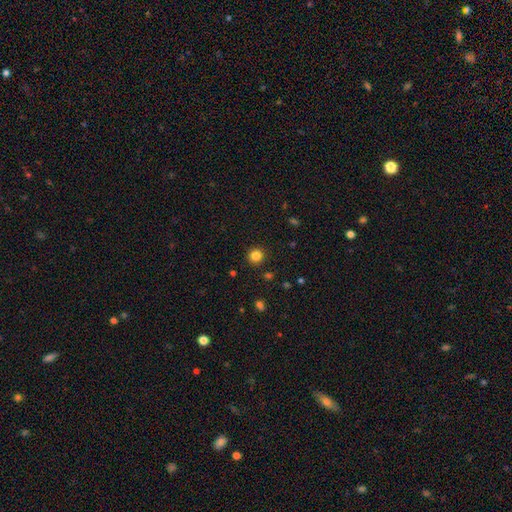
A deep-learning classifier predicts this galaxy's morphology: smooth-or-featured: smooth: 83% | star or artifact: 13% | featured or disk: 5%
  how-rounded: round: 94% | in between: 5% | cigar-shaped: 1%
  merging: none: 92% | minor disturbance: 5% | major disturbance: 2% | merger: 1%